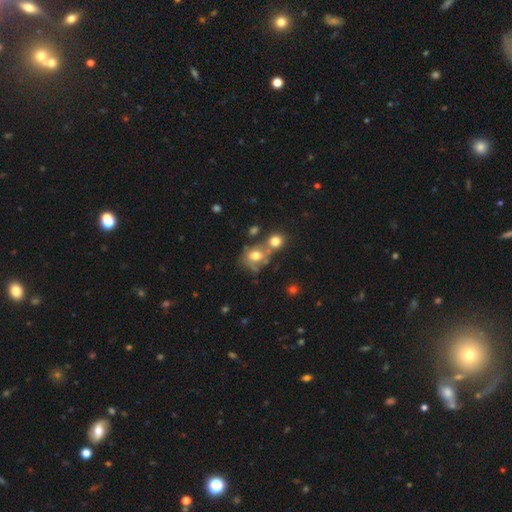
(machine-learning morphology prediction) Overall: smooth (59%; featured or disk 28%). How rounded: round (52%; in between 47%). Merging: merger (43%; none 31%).